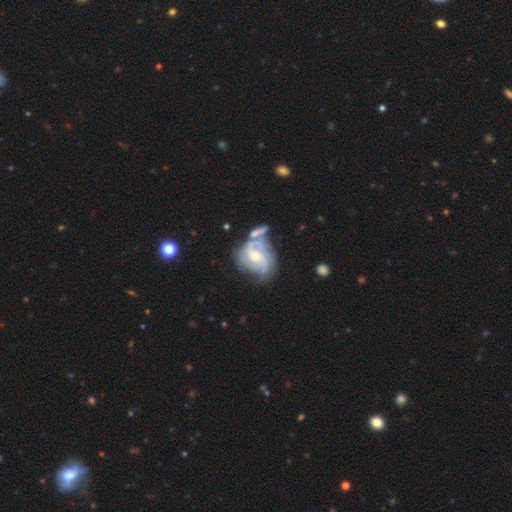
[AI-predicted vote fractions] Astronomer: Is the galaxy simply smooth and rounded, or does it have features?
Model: featured or disk — 87%.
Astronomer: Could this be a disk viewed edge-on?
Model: no — 98%.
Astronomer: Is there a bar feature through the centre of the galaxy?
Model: no — 59%.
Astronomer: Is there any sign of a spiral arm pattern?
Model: yes — 96%.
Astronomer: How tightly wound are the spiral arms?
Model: tight — 44% (runner-up: medium, 43%).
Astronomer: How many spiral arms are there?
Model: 3 — 36% (runner-up: 2, 28%).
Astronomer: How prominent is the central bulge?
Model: small — 58% (runner-up: moderate, 38%).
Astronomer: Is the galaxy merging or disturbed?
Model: none — 40% (runner-up: merger, 24%).